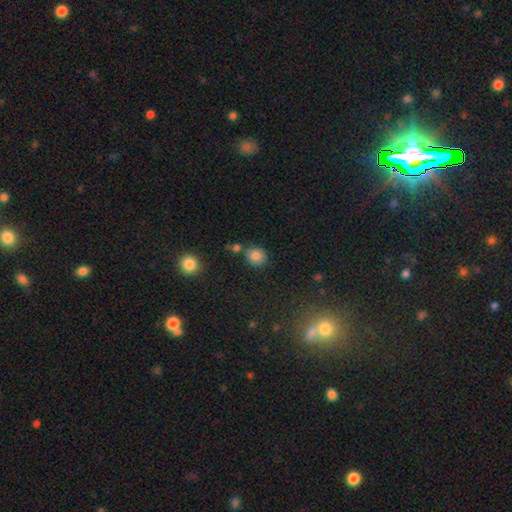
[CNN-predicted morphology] smooth-or-featured: smooth: 81% | star or artifact: 11% | featured or disk: 7%
  how-rounded: round: 78% | in between: 21% | cigar-shaped: 1%
  merging: none: 73% | minor disturbance: 13% | merger: 11% | major disturbance: 3%